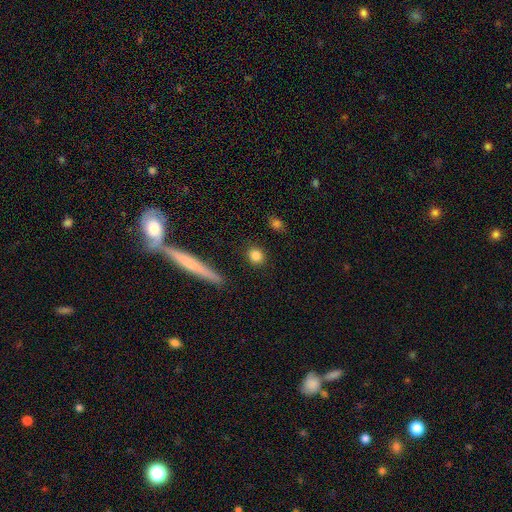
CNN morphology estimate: Q: Smooth or featured?
A: smooth (84%); runner-up: star or artifact (9%)
Q: How rounded?
A: round (77%); runner-up: in between (19%)
Q: Merging?
A: none (89%); runner-up: minor disturbance (7%)